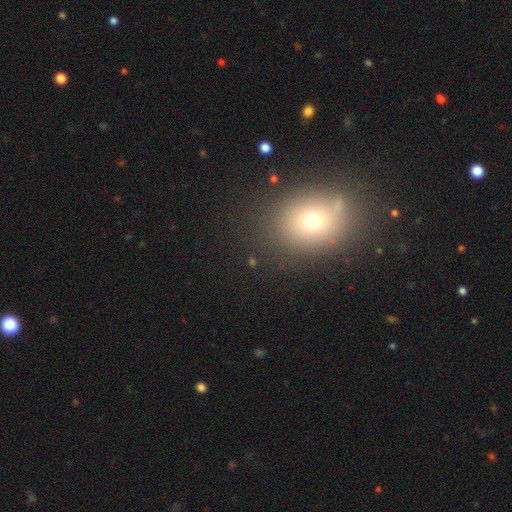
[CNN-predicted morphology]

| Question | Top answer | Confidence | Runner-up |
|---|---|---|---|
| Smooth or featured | smooth | 61% | star or artifact (24%) |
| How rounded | round | 52% | in between (46%) |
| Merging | none | 74% | minor disturbance (15%) |